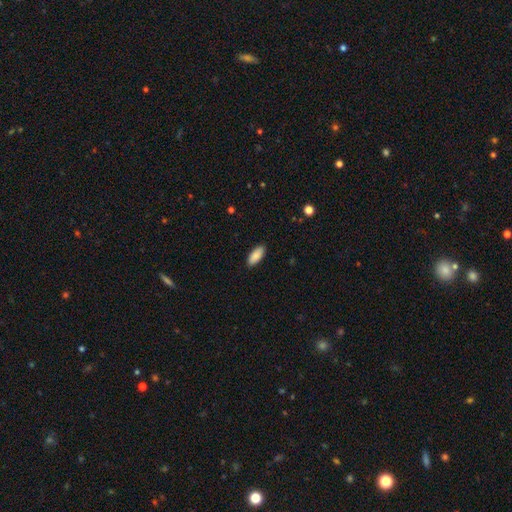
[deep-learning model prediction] Overall: smooth (89%). How rounded: in between (85%). Merging: none (89%).